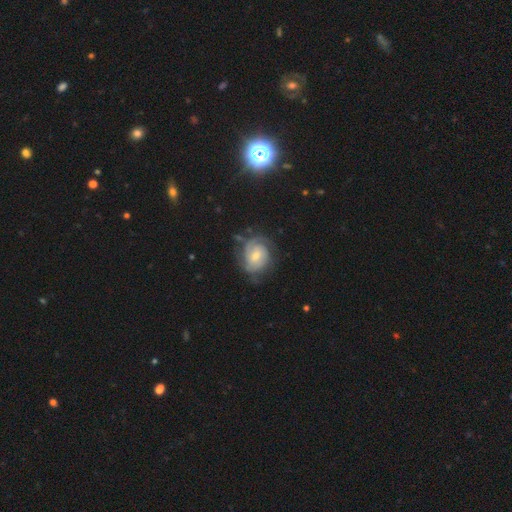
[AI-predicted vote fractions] The model was most divided on "bulge size": moderate: 48%, small: 45%, large: 4%, none: 2%, dominant: 1%. Remaining: edge-on disk — no (97%); spiral arms — yes (90%); smooth or featured — featured or disk (70%); merging — none (62%); bar — no (58%); spiral winding — tight (57%); spiral arm count — 2 (37%).